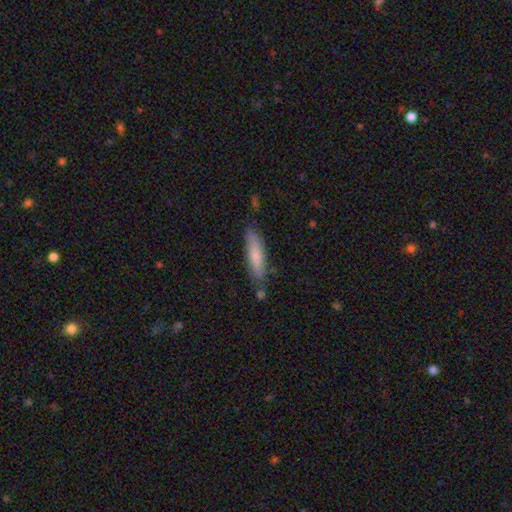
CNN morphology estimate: smooth_or_featured: smooth (p=0.74) [alt: featured or disk p=0.20]
how_rounded: cigar-shaped (p=0.75) [alt: in between p=0.23]
merging: none (p=0.75) [alt: minor disturbance p=0.18]